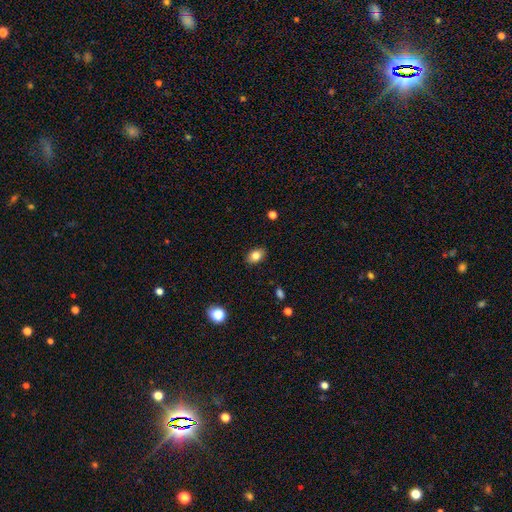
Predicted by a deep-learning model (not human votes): Smooth or featured? smooth (82%)
How rounded? in between (81%)
Merging? none (87%)